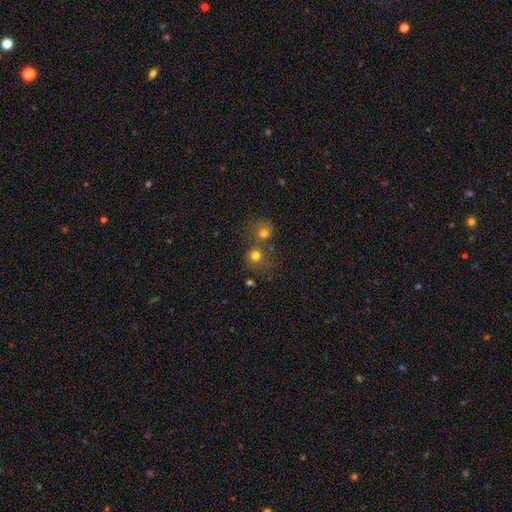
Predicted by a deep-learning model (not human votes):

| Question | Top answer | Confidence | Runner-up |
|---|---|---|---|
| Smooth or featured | smooth | 75% | star or artifact (15%) |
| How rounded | round | 86% | in between (13%) |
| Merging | none | 51% | merger (37%) |